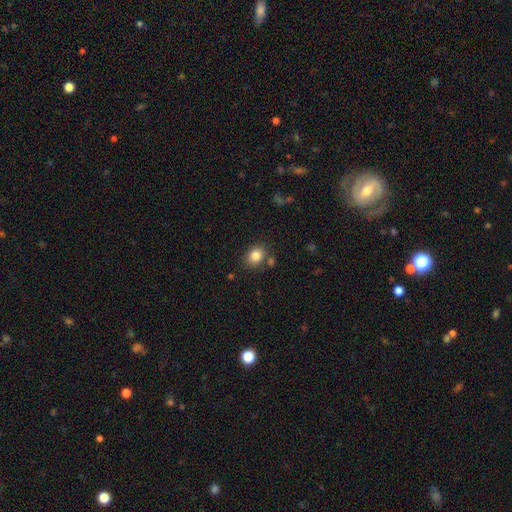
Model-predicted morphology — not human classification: Q: Smooth or featured?
A: smooth (84%); runner-up: star or artifact (10%)
Q: How rounded?
A: round (52%); runner-up: in between (47%)
Q: Merging?
A: none (78%); runner-up: minor disturbance (11%)